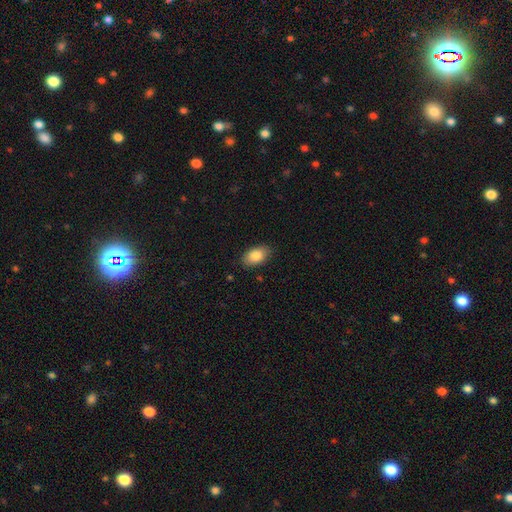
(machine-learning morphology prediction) Q: Smooth or featured?
A: smooth (85%); runner-up: featured or disk (8%)
Q: How rounded?
A: in between (92%); runner-up: round (6%)
Q: Merging?
A: none (86%); runner-up: minor disturbance (10%)